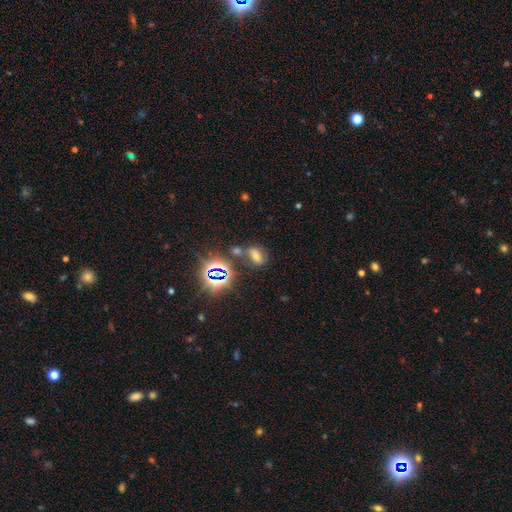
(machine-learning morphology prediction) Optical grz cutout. It shows a star or artifact, not a galaxy (42%).